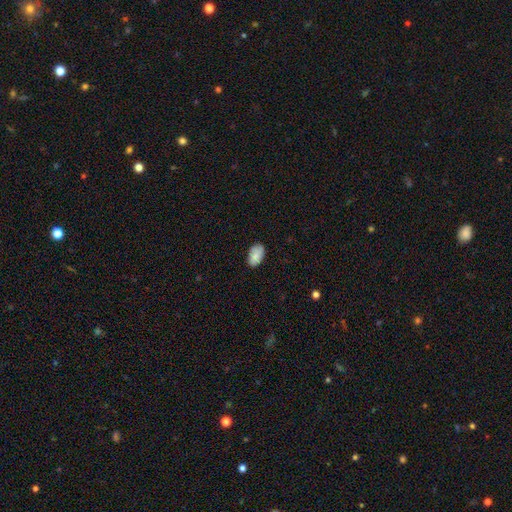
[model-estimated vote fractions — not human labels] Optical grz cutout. It shows a smooth galaxy with no disk features (83%) that is in between round and cigar-shaped (93%). Merging: none (81%).